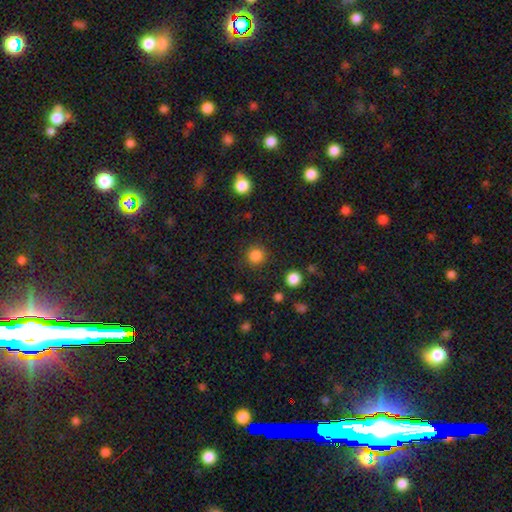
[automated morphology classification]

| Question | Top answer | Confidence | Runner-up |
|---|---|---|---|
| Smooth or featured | smooth | 84% | star or artifact (12%) |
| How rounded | round | 93% | in between (6%) |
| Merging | none | 89% | minor disturbance (7%) |